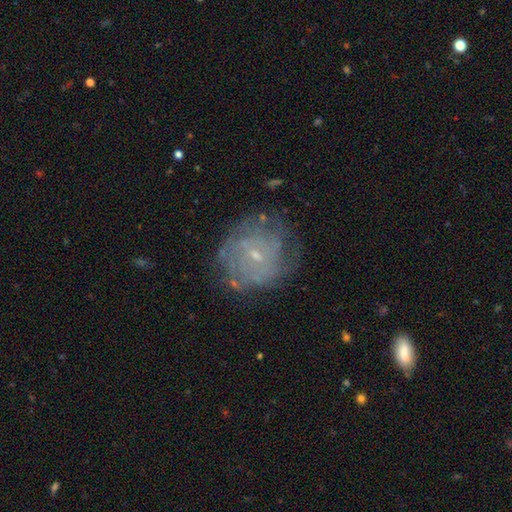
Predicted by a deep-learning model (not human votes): Morphology: type=featured or disk (67%); edge-on=no (97%); bar=no (59%); spiral arms=yes (71%); bulge=small (78%); merging=none (70%).